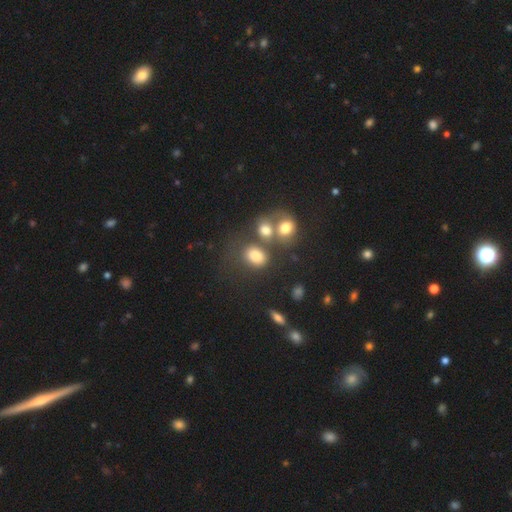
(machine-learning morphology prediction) smooth-or-featured: smooth: 76% | star or artifact: 13% | featured or disk: 12%
  how-rounded: in between: 56% | round: 42% | cigar-shaped: 1%
  merging: none: 40% | merger: 39% | minor disturbance: 12% | major disturbance: 9%